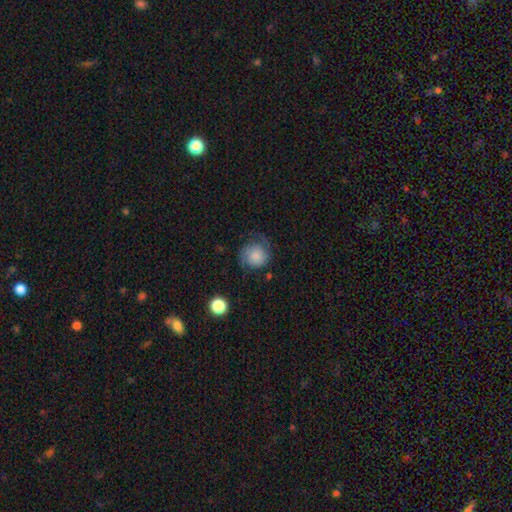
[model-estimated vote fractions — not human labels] This appears to be a smooth galaxy with no disk features (61%) that is round (86%). Merging: none (59%).